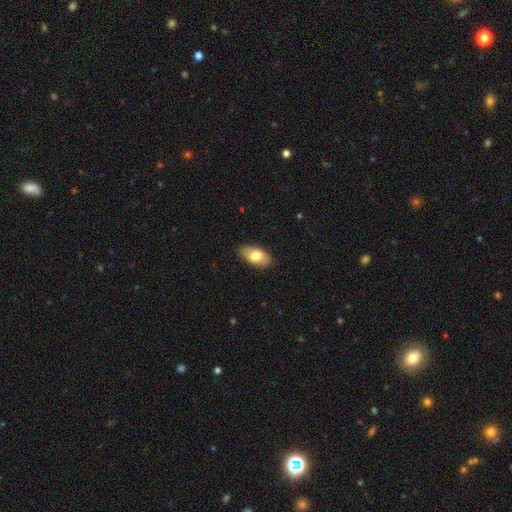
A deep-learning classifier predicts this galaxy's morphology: smooth 75%, featured or disk 19%, star or artifact 6%. Down the decision tree: how rounded — in between (93%); merging — none (85%).